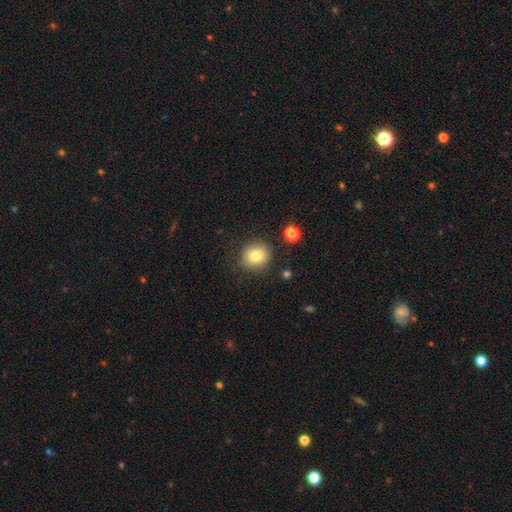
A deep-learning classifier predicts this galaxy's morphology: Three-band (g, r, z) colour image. It shows a smooth galaxy with no disk features (80%) that is round (82%). Merging: none (84%).